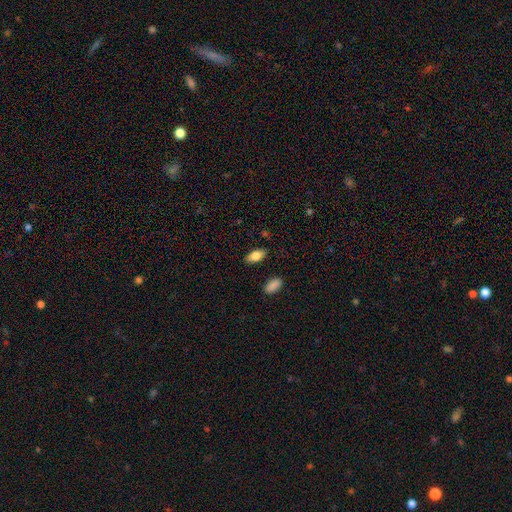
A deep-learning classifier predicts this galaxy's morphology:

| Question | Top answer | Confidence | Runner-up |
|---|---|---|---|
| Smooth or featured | smooth | 81% | featured or disk (12%) |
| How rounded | in between | 89% | cigar-shaped (7%) |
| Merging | none | 86% | minor disturbance (10%) |